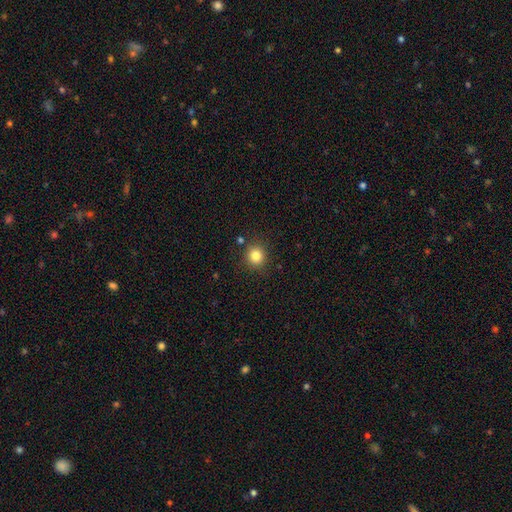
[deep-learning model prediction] smooth-or-featured: smooth: 83% | star or artifact: 12% | featured or disk: 5%
  how-rounded: round: 89% | in between: 10% | cigar-shaped: 1%
  merging: none: 87% | minor disturbance: 8% | merger: 3% | major disturbance: 2%